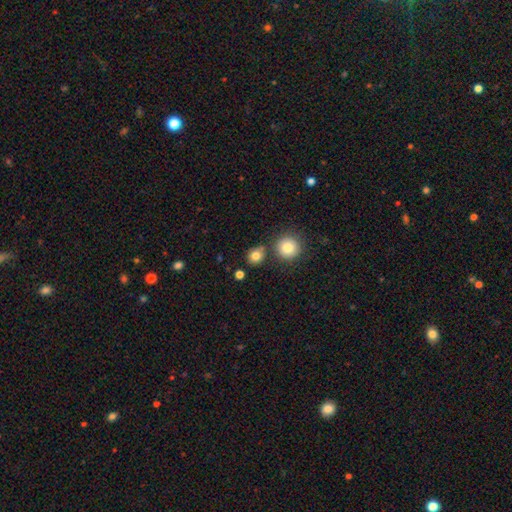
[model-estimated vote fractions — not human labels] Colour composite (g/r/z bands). It shows a smooth galaxy with no disk features (81%) that is round (81%). Merging: none (71%).